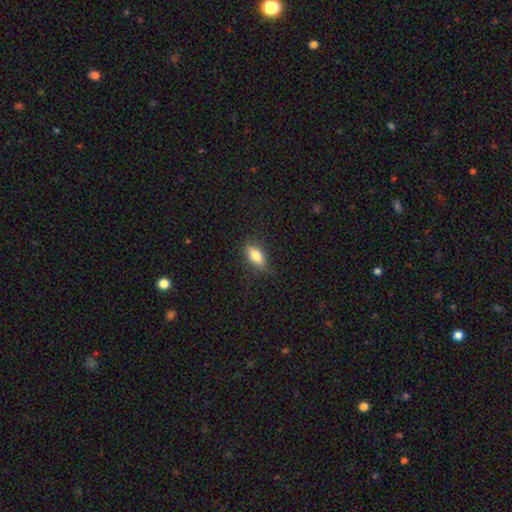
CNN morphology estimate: The model was most divided on "smooth or featured": smooth: 78%, featured or disk: 14%, star or artifact: 8%. More confident: merging — none (81%); how rounded — in between (81%).